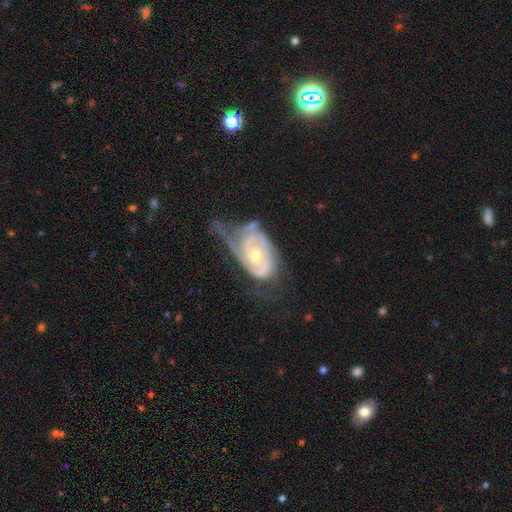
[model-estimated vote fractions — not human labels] Q: Smooth or featured?
A: featured or disk (87%); runner-up: smooth (9%)
Q: Edge-on disk?
A: no (96%); runner-up: yes (4%)
Q: Bar?
A: no (65%); runner-up: weak (28%)
Q: Spiral arms?
A: yes (93%); runner-up: no (7%)
Q: Spiral winding?
A: tight (61%); runner-up: medium (29%)
Q: Spiral arm count?
A: 2 (49%); runner-up: can't tell (23%)
Q: Bulge size?
A: moderate (58%); runner-up: small (38%)
Q: Merging?
A: major disturbance (34%); runner-up: none (33%)